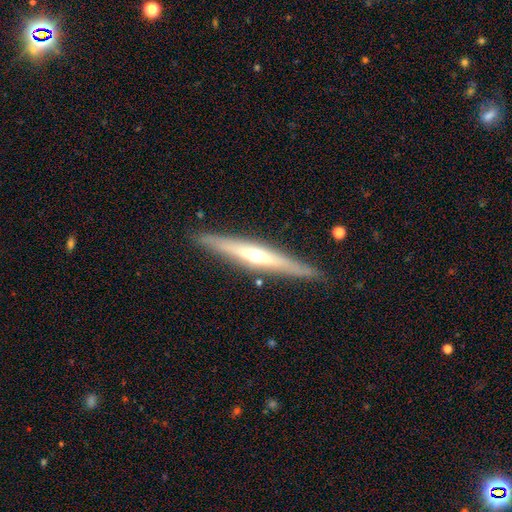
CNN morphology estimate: Q: Smooth or featured?
A: featured or disk (68%); runner-up: smooth (27%)
Q: Edge-on disk?
A: yes (94%); runner-up: no (6%)
Q: Edge-on bulge?
A: rounded (81%); runner-up: none (15%)
Q: Merging?
A: none (87%); runner-up: minor disturbance (10%)